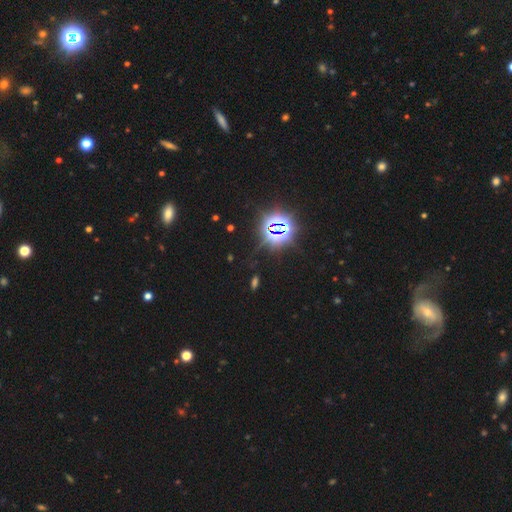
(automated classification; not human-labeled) Smooth or featured?
  - star or artifact: 71% *
  - featured or disk: 15%
  - smooth: 14%